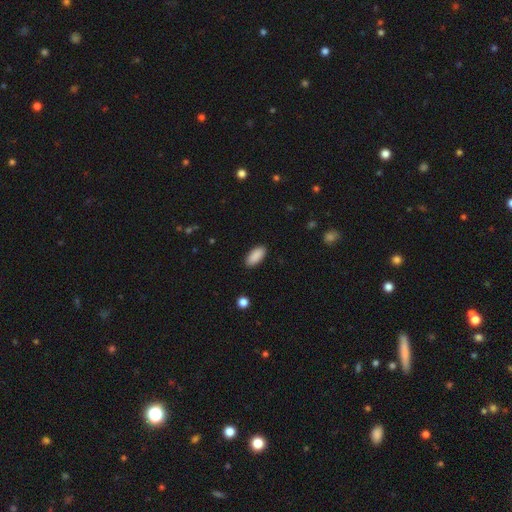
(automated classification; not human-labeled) smooth 90%, star or artifact 6%, featured or disk 3%. Down the decision tree: how rounded — in between (89%); merging — none (90%).